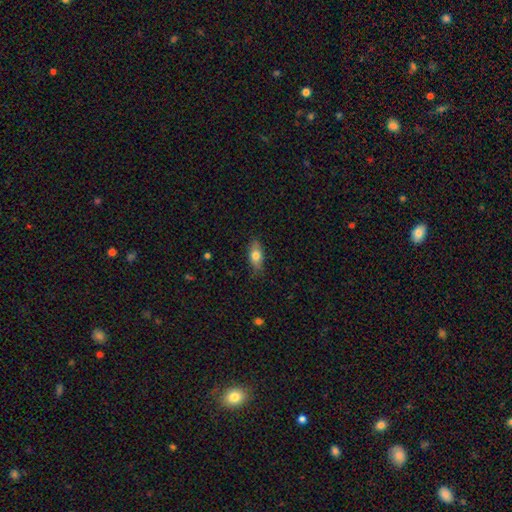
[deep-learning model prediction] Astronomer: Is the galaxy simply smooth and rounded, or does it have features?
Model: smooth — 75%.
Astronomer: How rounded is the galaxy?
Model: in between — 82%.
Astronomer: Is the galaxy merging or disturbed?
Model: none — 80%.